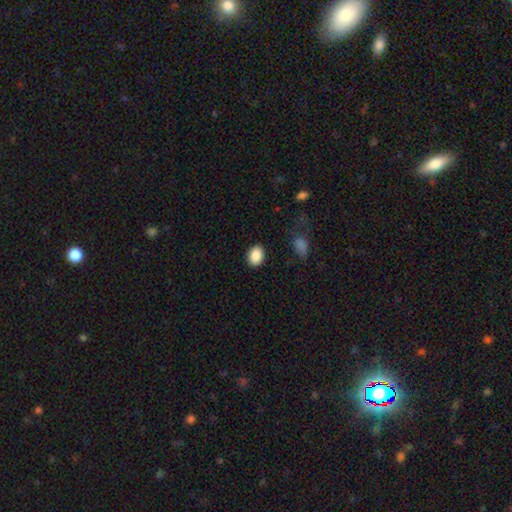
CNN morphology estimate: This is clearly a smooth galaxy (88%). How rounded: likely in between (71%). Merging: clearly none (88%).